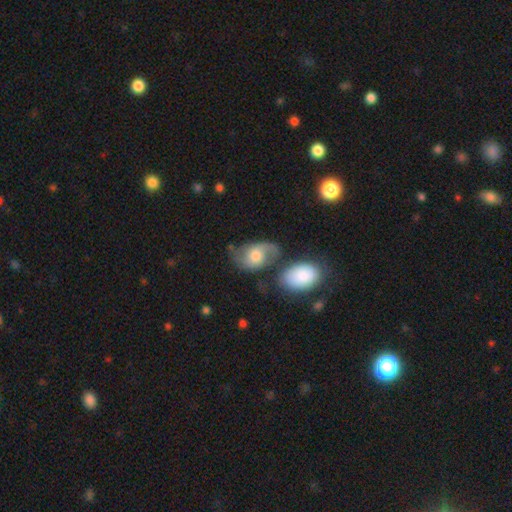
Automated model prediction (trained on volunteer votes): The model was most divided on "smooth or featured": featured or disk: 53%, smooth: 40%, star or artifact: 7%. Remaining: edge-on disk — no (96%); spiral arms — yes (80%); bar — no (69%); bulge size — moderate (59%); merging — none (46%).